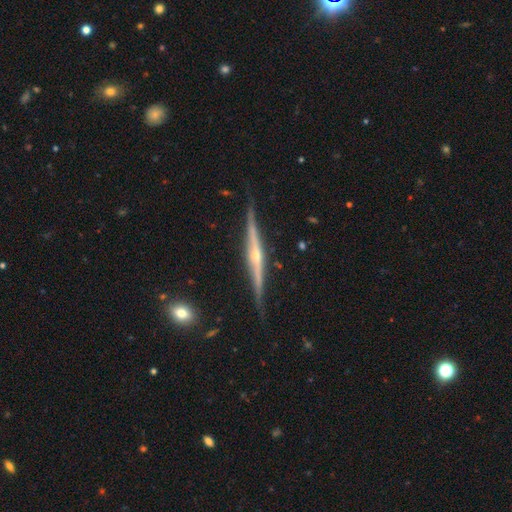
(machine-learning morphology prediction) Q: Smooth or featured?
A: featured or disk (87%); runner-up: smooth (8%)
Q: Edge-on disk?
A: yes (98%); runner-up: no (2%)
Q: Edge-on bulge?
A: rounded (84%); runner-up: none (10%)
Q: Merging?
A: none (86%); runner-up: minor disturbance (11%)